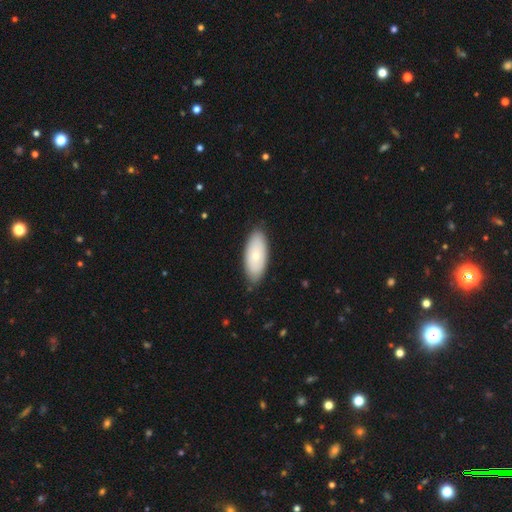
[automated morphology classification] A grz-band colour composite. It shows a smooth galaxy with no disk features (69%) that is in between round and cigar-shaped (88%). Merging: none (83%).